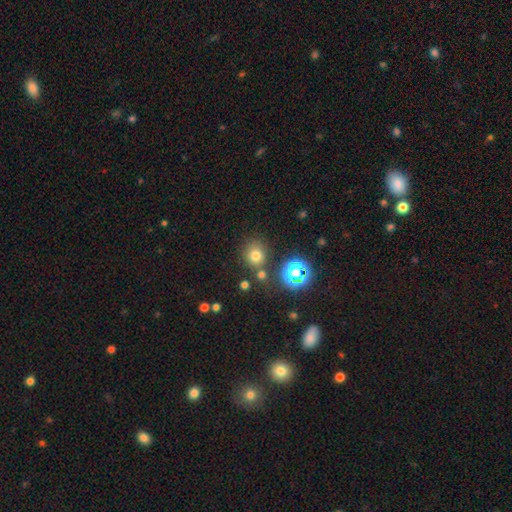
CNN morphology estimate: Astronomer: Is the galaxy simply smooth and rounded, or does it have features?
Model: smooth — 71%.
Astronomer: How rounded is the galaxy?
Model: round — 85%.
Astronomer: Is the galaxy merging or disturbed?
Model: none — 74%.